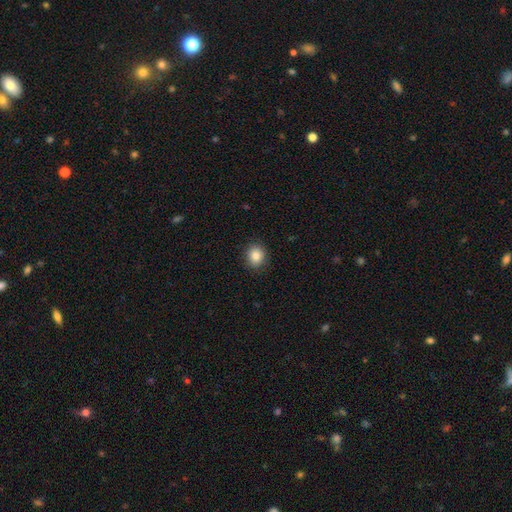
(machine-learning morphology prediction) This is clearly a smooth galaxy (86%). How rounded: likely round (73%). Merging: clearly none (89%).